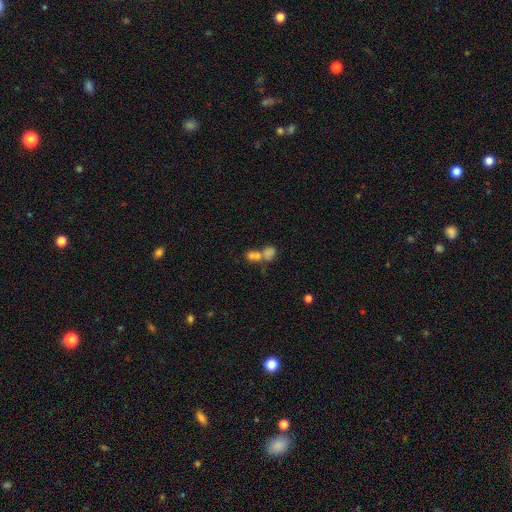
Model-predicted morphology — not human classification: A smooth galaxy with no disk features (61%) that is round (50%). Merging: merger (60%).